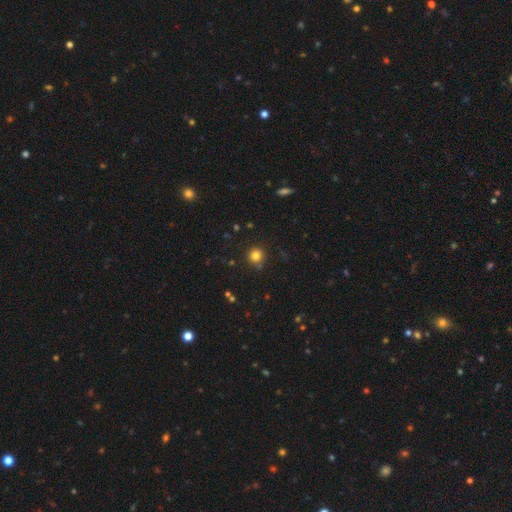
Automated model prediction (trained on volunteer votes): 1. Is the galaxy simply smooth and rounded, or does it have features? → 81% smooth, 13% star or artifact, 6% featured or disk.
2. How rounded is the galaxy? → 93% round, 6% in between, 1% cigar-shaped.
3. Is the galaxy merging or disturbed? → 84% none, 9% minor disturbance, 4% merger, 3% major disturbance.